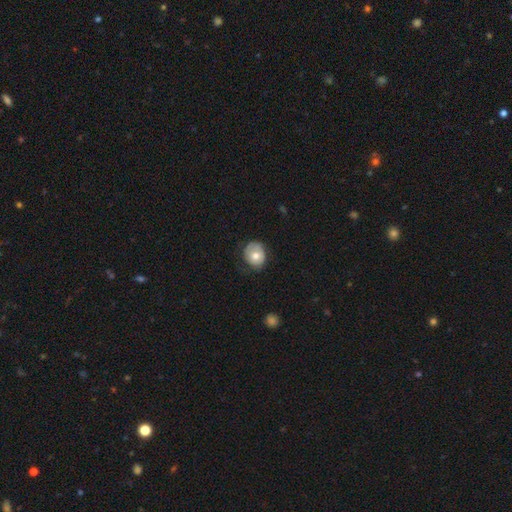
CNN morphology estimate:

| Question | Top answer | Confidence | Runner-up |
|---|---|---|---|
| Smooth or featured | smooth | 66% | featured or disk (27%) |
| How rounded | round | 64% | in between (35%) |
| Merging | none | 58% | minor disturbance (30%) |